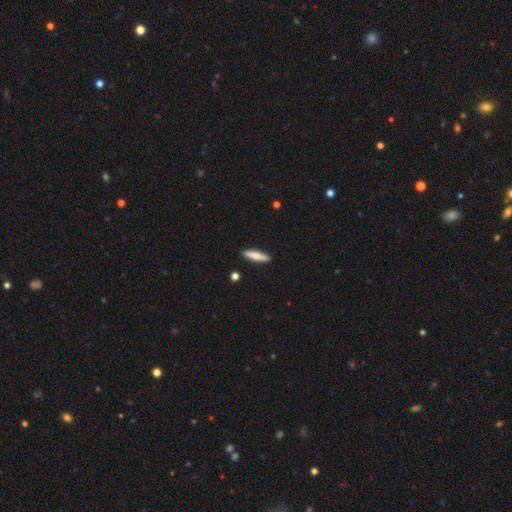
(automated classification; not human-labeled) smooth_or_featured: smooth (p=0.75) [alt: featured or disk p=0.19]
how_rounded: cigar-shaped (p=0.83) [alt: in between p=0.16]
merging: none (p=0.90) [alt: minor disturbance p=0.07]